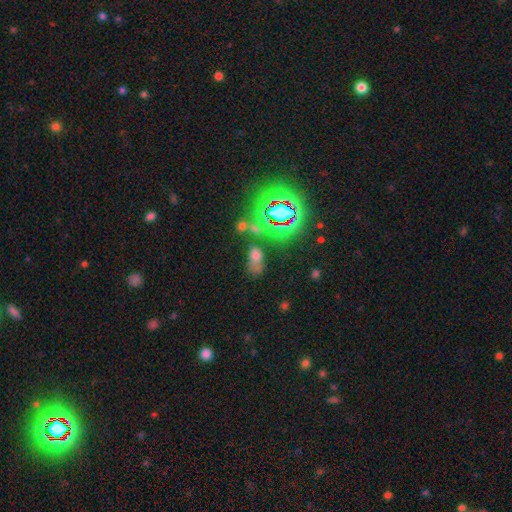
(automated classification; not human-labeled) A smooth galaxy with no disk features (53%) that is in between round and cigar-shaped (83%).

Vote fractions:
- Smooth or featured? smooth: 53% / star or artifact: 33% / featured or disk: 14%
- How rounded? in between: 83% / round: 13% / cigar-shaped: 5%
- Merging? none: 43% / minor disturbance: 22% / major disturbance: 18% / merger: 17%